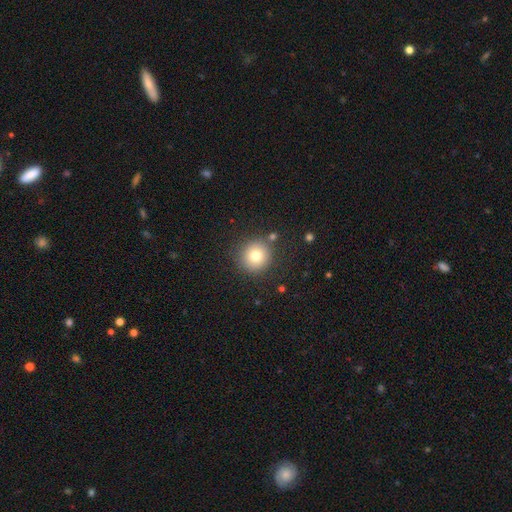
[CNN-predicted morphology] type=smooth (77%); roundness=round (93%); merging=none (85%).